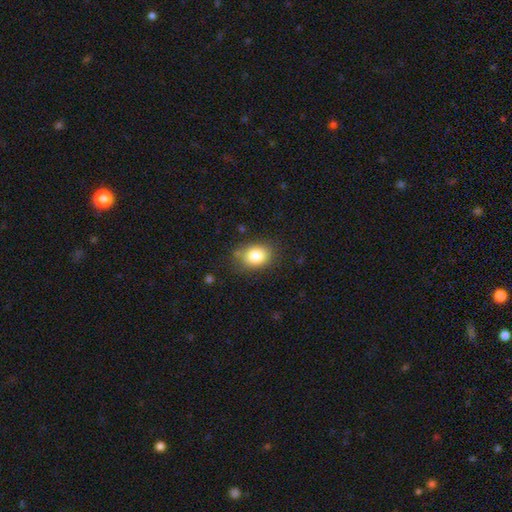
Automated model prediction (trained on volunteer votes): A smooth galaxy with no disk features (83%) that is in between round and cigar-shaped (66%).

Vote fractions:
- Smooth or featured? smooth: 83% / star or artifact: 9% / featured or disk: 8%
- How rounded? in between: 66% / round: 33% / cigar-shaped: 1%
- Merging? none: 76% / minor disturbance: 17% / major disturbance: 5% / merger: 2%